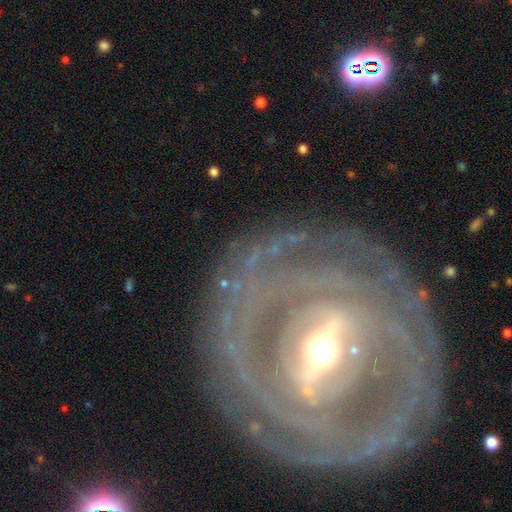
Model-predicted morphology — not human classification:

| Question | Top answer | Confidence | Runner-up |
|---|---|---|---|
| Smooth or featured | featured or disk | 87% | smooth (7%) |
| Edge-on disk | no | 90% | yes (10%) |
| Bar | strong | 62% | weak (27%) |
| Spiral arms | yes | 81% | no (19%) |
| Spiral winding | tight | 81% | medium (14%) |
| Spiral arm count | can't tell | 42% | 2 (17%) |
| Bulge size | moderate | 62% | small (27%) |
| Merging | none | 81% | minor disturbance (11%) |